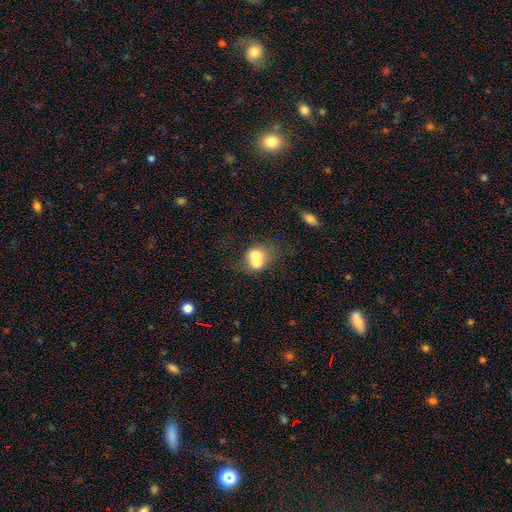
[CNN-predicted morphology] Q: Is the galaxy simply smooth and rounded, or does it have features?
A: smooth — 64%.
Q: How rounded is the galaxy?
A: round — 58%.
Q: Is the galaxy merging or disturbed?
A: merger — 67%.